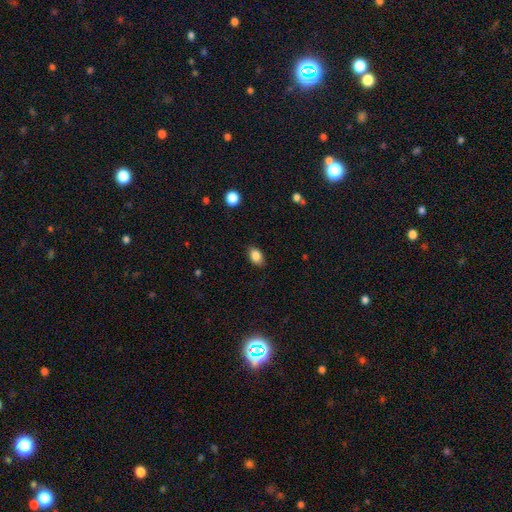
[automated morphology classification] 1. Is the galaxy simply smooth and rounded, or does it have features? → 86% smooth, 8% star or artifact, 6% featured or disk.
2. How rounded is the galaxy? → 86% in between, 13% round, 2% cigar-shaped.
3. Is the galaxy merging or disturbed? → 86% none, 11% minor disturbance, 2% major disturbance, 1% merger.